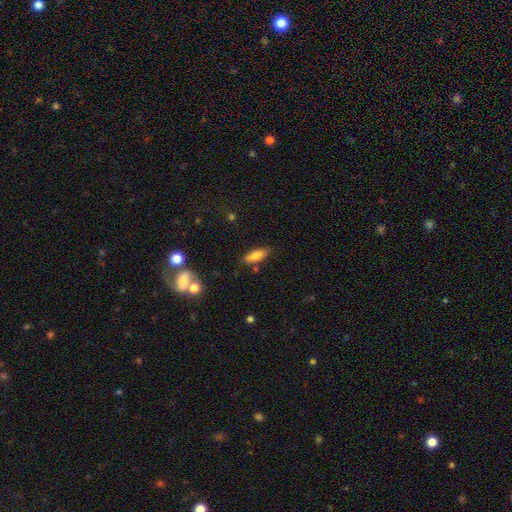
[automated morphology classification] The model was most divided on "how rounded": in between: 66%, cigar-shaped: 32%, round: 2%. More confident: smooth or featured — smooth (77%); merging — none (77%).